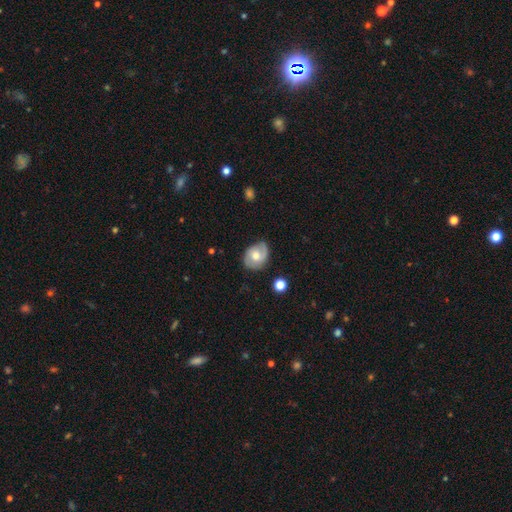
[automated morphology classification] type=featured or disk (60%); edge-on=no (96%); bar=no (64%); spiral arms=yes (84%); bulge=moderate (71%); merging=none (73%).